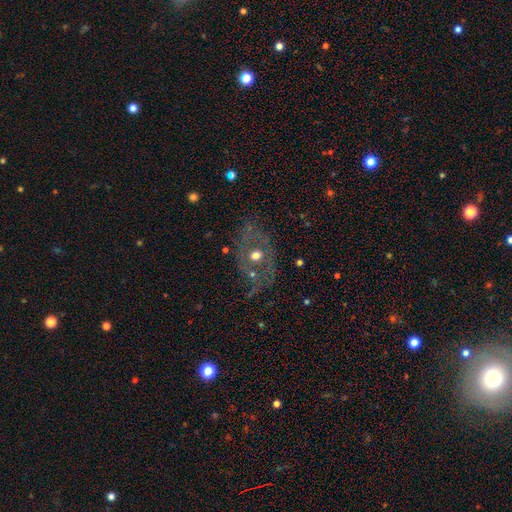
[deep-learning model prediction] smooth_or_featured: featured or disk (p=0.51) [alt: smooth p=0.34]
disk_edge_on: no (p=0.93) [alt: yes p=0.07]
merging: none (p=0.64) [alt: minor disturbance p=0.18]